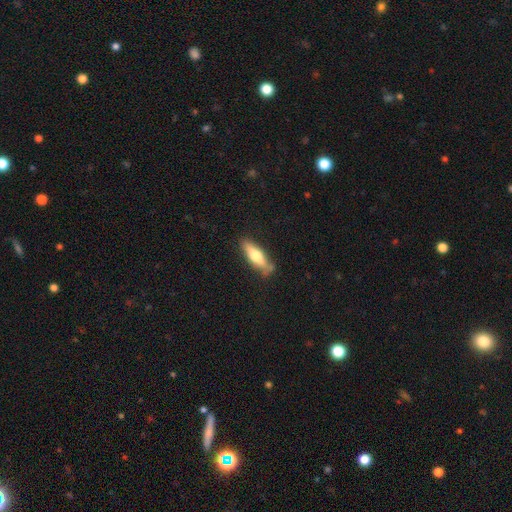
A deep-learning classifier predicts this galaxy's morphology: This appears to be a smooth galaxy with no disk features (54%) that is cigar-shaped (59%). Merging: none (77%).